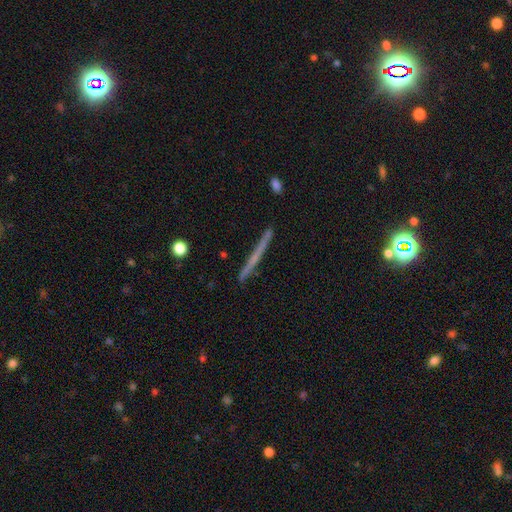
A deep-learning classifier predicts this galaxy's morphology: This is possibly a featured or disk galaxy (53%). It is clearly viewed edge-on (96%). Edge-on bulge: clearly none (83%). Merging: clearly none (90%).